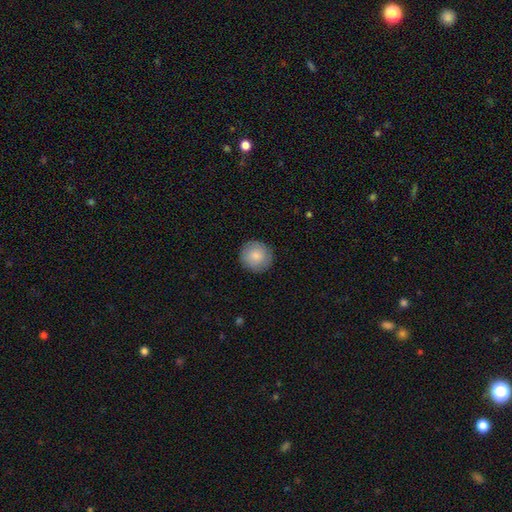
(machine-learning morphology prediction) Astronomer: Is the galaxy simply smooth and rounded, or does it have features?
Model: smooth — 83%.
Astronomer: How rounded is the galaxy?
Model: round — 94%.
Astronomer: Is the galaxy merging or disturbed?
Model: none — 89%.